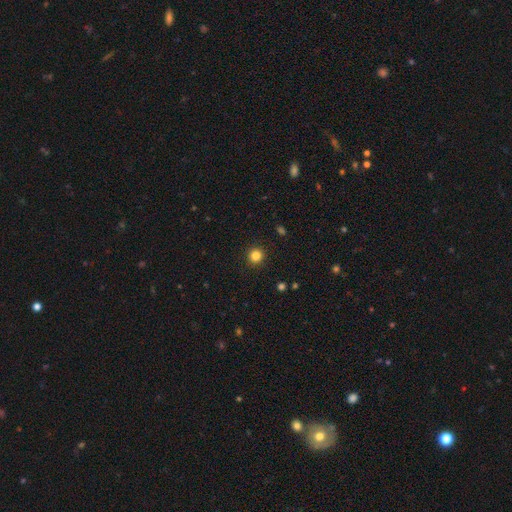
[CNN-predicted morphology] Smooth or featured: smooth — 84% (star or artifact — 12%)
How rounded: round — 94% (in between — 5%)
Merging: none — 92% (minor disturbance — 5%)